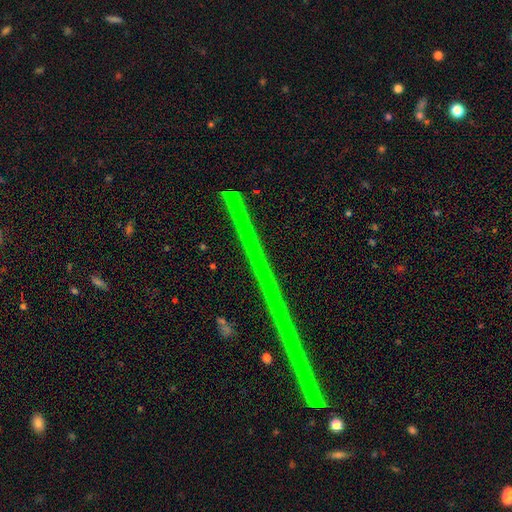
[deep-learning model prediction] A star or artifact, not a galaxy (76%).